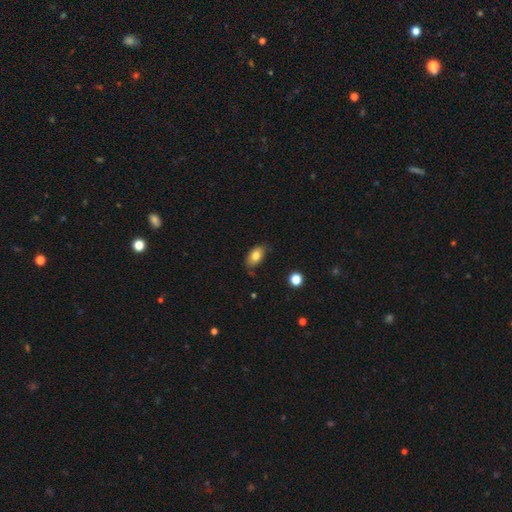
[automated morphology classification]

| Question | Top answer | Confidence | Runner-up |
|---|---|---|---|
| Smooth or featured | smooth | 79% | featured or disk (13%) |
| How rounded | in between | 90% | round (8%) |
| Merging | none | 72% | minor disturbance (22%) |